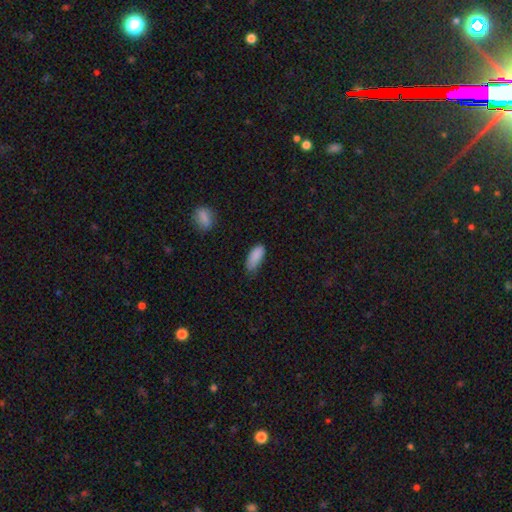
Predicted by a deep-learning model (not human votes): This appears to be a smooth galaxy with no disk features (88%) that is in between round and cigar-shaped (87%). Merging: none (53%).